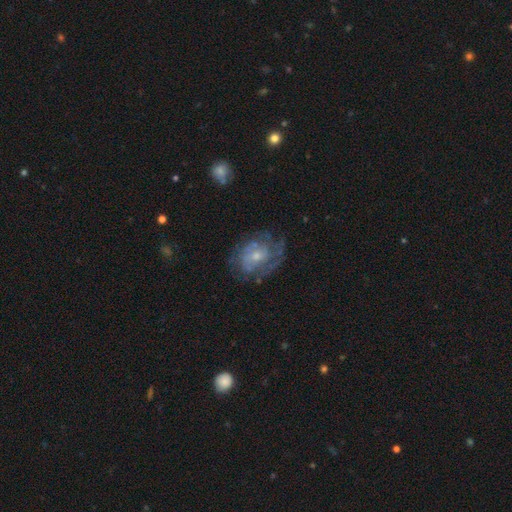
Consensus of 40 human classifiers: Volunteers were most divided on "spiral arms": no: 54%, yes: 46%. More confident: edge-on disk — no (100%); bar — no (86%); smooth or featured — featured or disk (70%); merging — none (62%); bulge size — small (57%).